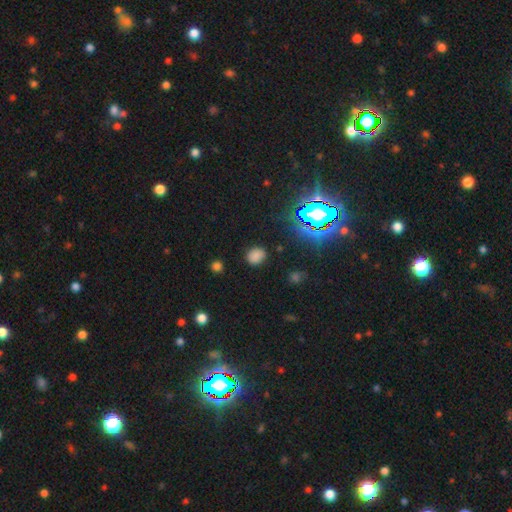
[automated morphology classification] This is likely a smooth galaxy (73%). How rounded: likely round (62%). Merging: clearly none (82%).